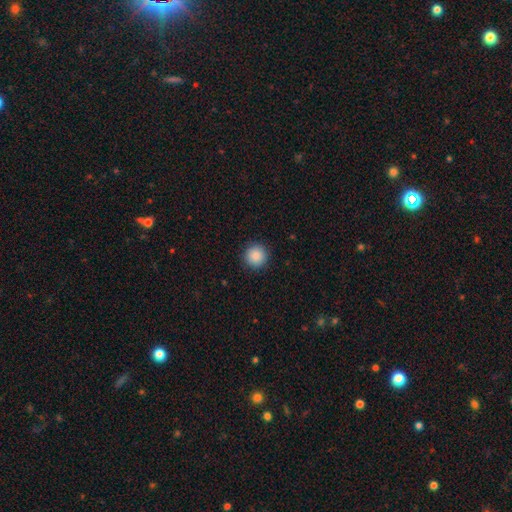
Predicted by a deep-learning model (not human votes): Overall: smooth (88%). How rounded: round (95%). Merging: none (92%).